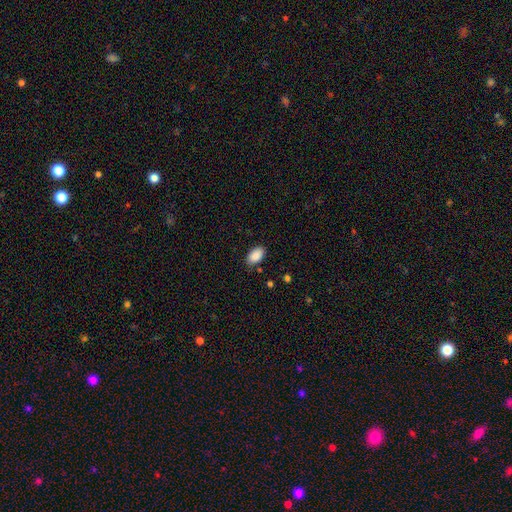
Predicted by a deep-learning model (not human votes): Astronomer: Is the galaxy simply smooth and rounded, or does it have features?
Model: smooth — 90%.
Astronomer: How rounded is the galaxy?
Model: in between — 93%.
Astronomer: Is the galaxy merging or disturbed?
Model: none — 83%.